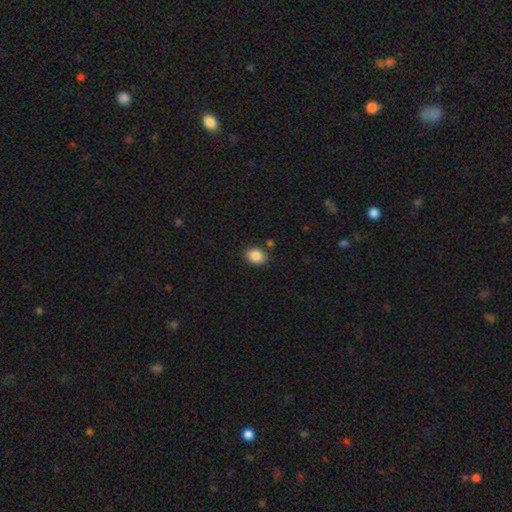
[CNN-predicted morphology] Smooth or featured? Predicted: smooth (p=0.87). How rounded? Predicted: in between (p=0.58). Merging? Predicted: none (p=0.82).